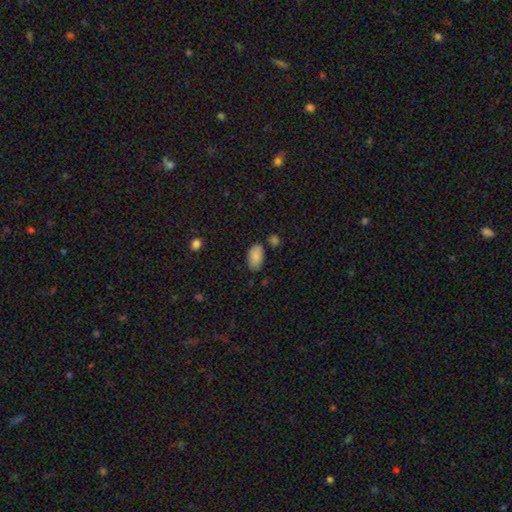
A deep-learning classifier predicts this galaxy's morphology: smooth_or_featured: smooth (p=0.87) [alt: star or artifact p=0.07]
how_rounded: in between (p=0.94) [alt: round p=0.04]
merging: none (p=0.71) [alt: minor disturbance p=0.19]